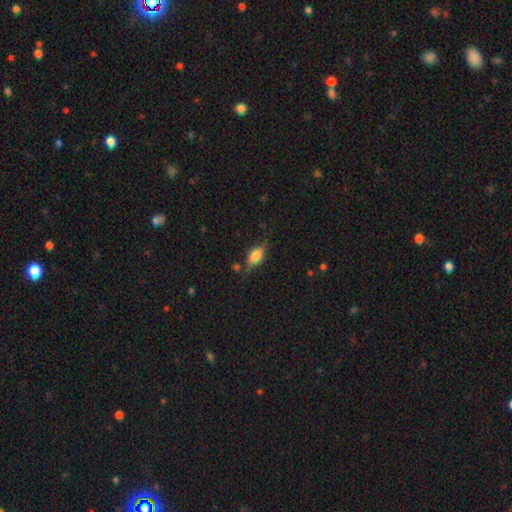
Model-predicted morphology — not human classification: smooth 56%, featured or disk 35%, star or artifact 9%. Down the decision tree: how rounded — in between (78%); merging — none (66%).